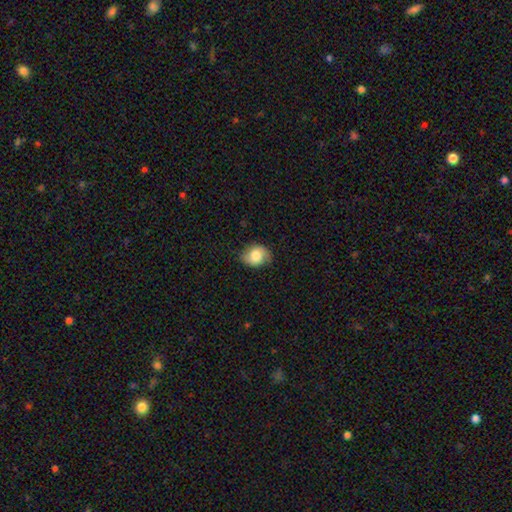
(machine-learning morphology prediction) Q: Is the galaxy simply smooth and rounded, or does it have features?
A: smooth — 72%.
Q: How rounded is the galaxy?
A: round — 53%.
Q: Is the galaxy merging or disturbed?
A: none — 72%.